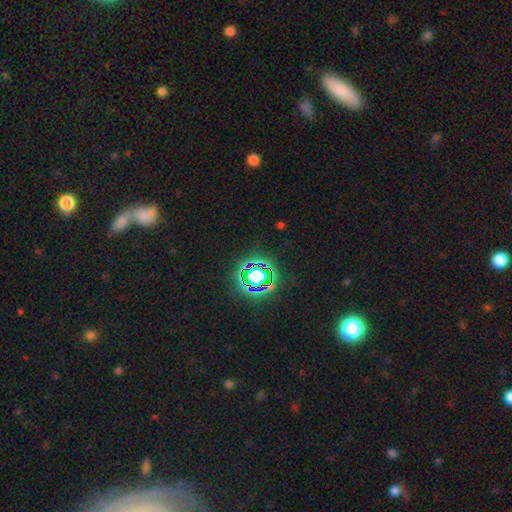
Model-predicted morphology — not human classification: type=star or artifact (62%).